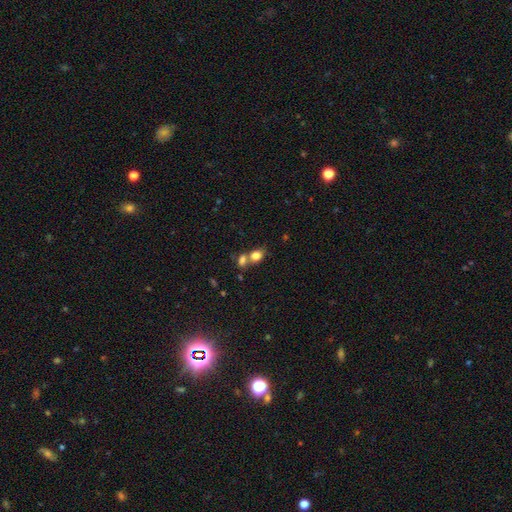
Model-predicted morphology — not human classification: Smooth or featured?
  - smooth: 80% *
  - star or artifact: 11%
  - featured or disk: 9%
How rounded?
  - in between: 56% *
  - round: 42%
  - cigar-shaped: 2%
Merging?
  - merger: 52% *
  - none: 35%
  - minor disturbance: 9%
  - major disturbance: 4%